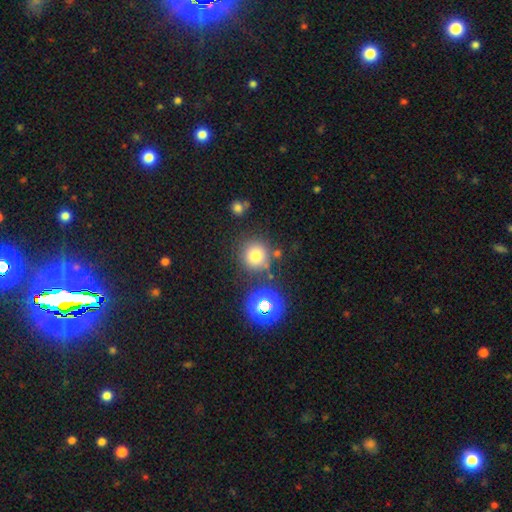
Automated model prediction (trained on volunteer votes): The model was most divided on "smooth or featured": smooth: 74%, star or artifact: 18%, featured or disk: 8%. More confident: how rounded — round (93%); merging — none (77%).